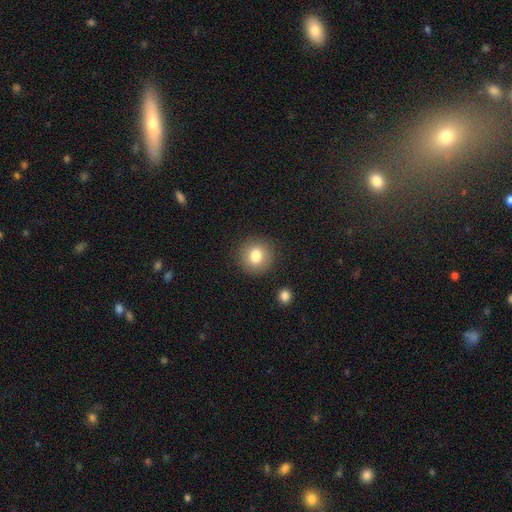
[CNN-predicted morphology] type=smooth (80%); roundness=round (90%); merging=none (88%).